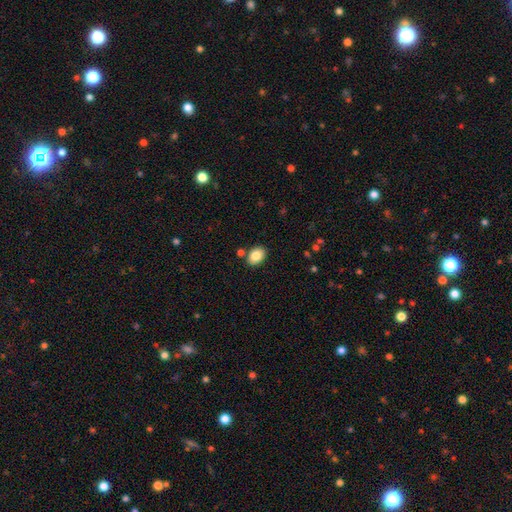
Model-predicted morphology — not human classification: A smooth galaxy with no disk features (84%) that is in between round and cigar-shaped (76%). Merging: none (82%).